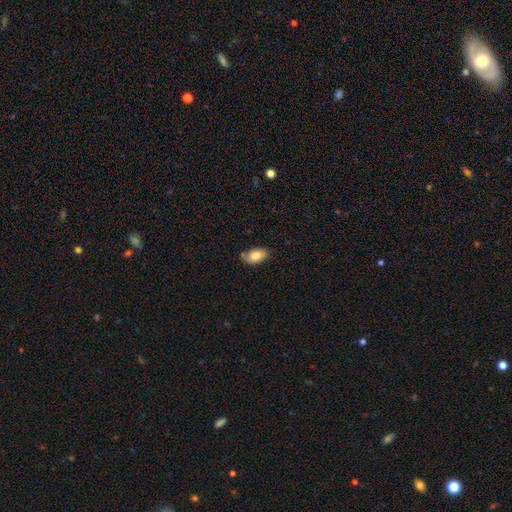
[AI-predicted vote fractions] A smooth galaxy with no disk features (81%) that is in between round and cigar-shaped (92%). Merging: none (67%).